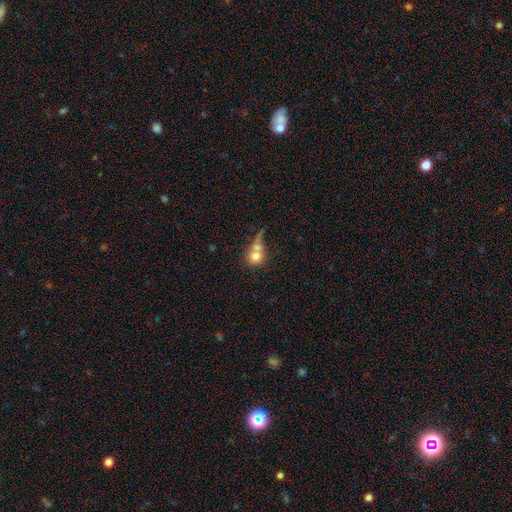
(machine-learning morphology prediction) type=smooth (72%); roundness=round (79%); merging=merger (50%).